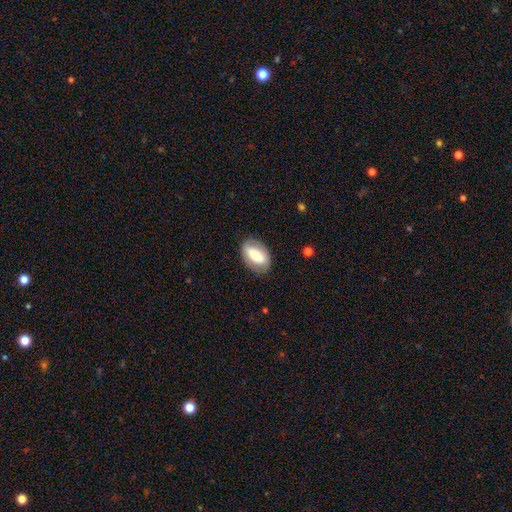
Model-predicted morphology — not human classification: smooth-or-featured: smooth: 58% | featured or disk: 35% | star or artifact: 6%
  how-rounded: in between: 90% | round: 8% | cigar-shaped: 2%
  merging: none: 81% | minor disturbance: 13% | major disturbance: 4% | merger: 1%